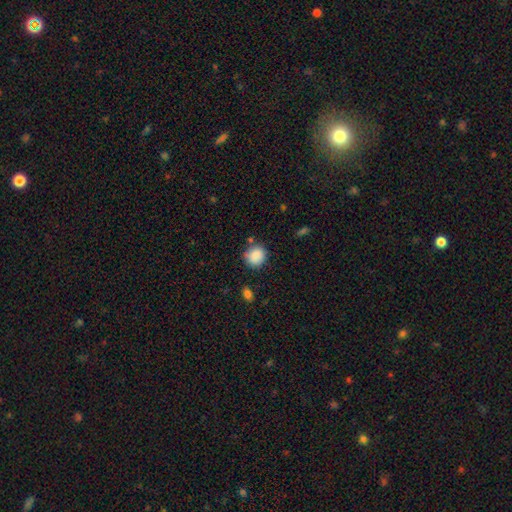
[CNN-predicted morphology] Smooth or featured? Predicted: smooth (p=0.88). How rounded? Predicted: round (p=0.81). Merging? Predicted: none (p=0.74).